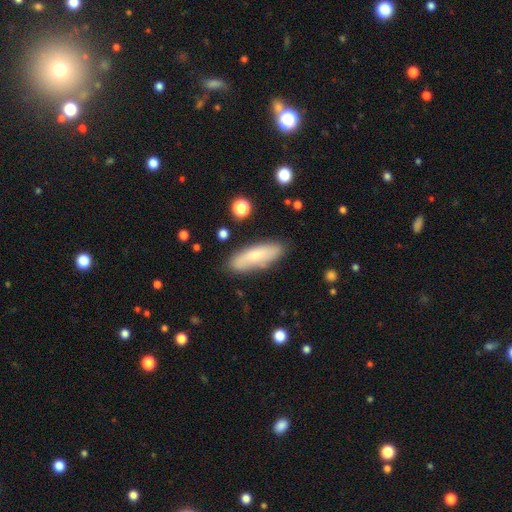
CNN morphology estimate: smooth 68%, featured or disk 26%, star or artifact 7%. Down the decision tree: how rounded — cigar-shaped (50%); merging — none (82%).